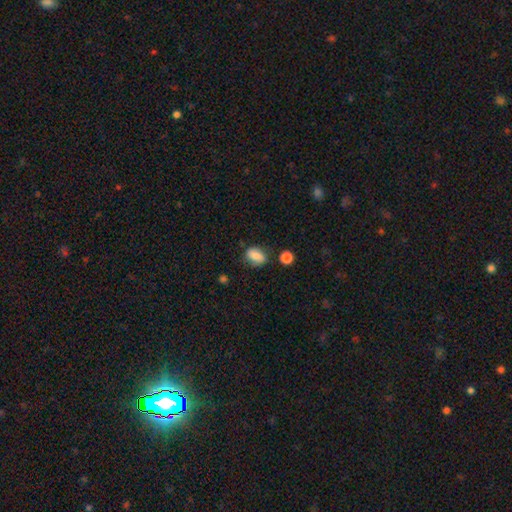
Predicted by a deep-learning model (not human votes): Morphology: type=smooth (76%); roundness=in between (77%); merging=none (70%).